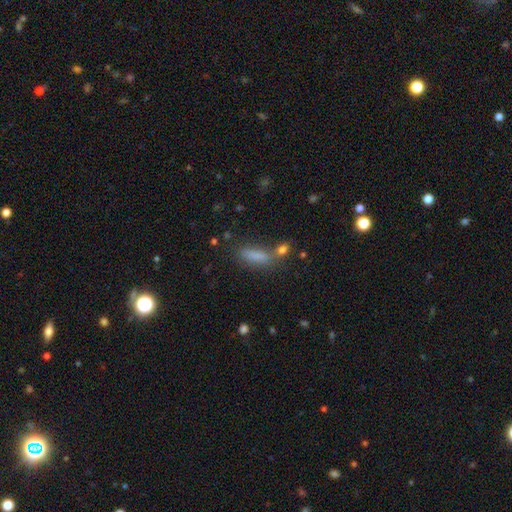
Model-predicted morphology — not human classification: The model was most divided on "how rounded": cigar-shaped: 53%, in between: 44%, round: 3%. More confident: smooth or featured — smooth (79%); merging — none (56%).